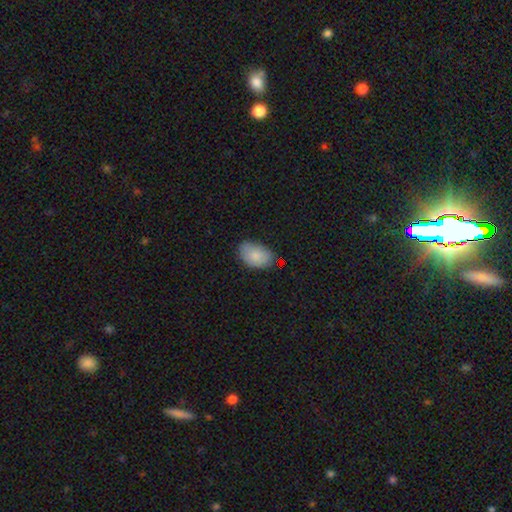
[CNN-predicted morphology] smooth 82%, featured or disk 11%, star or artifact 7%. Down the decision tree: how rounded — in between (90%); merging — none (74%).